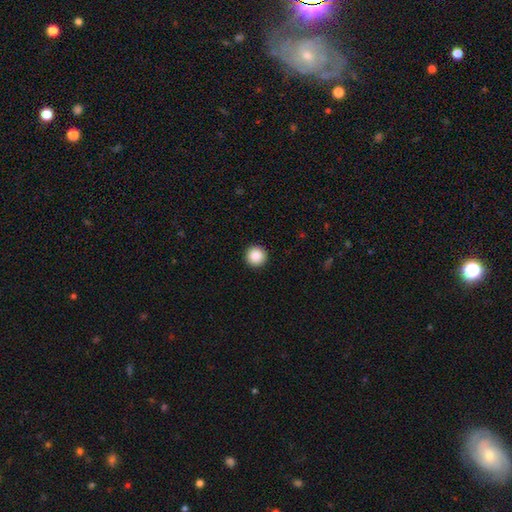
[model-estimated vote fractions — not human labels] Q: Smooth or featured?
A: smooth (88%); runner-up: star or artifact (9%)
Q: How rounded?
A: round (97%); runner-up: in between (2%)
Q: Merging?
A: none (94%); runner-up: minor disturbance (4%)